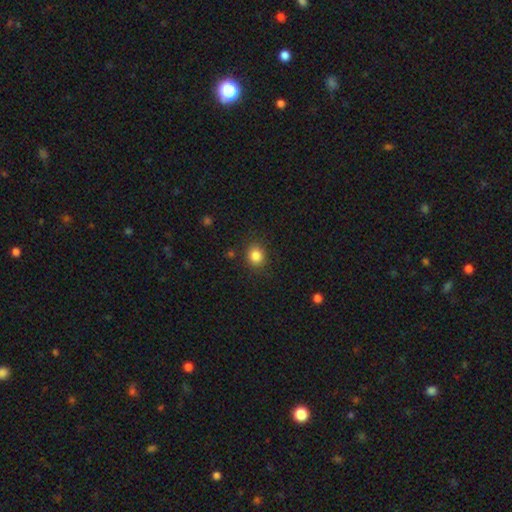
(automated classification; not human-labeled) Overall: smooth (84%). How rounded: round (76%). Merging: none (86%).